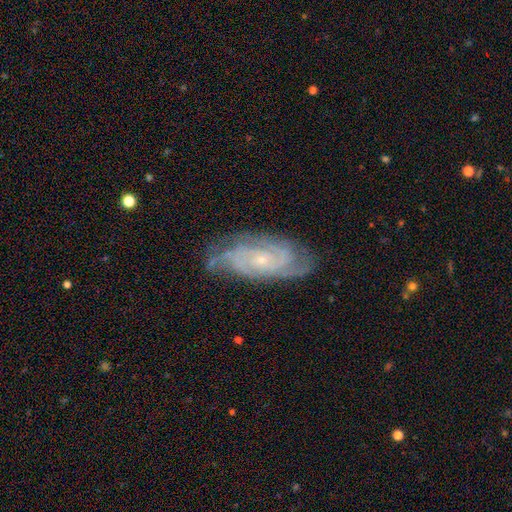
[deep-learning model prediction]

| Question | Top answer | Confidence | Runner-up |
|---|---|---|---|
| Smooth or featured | featured or disk | 84% | smooth (9%) |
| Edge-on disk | no | 93% | yes (7%) |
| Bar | no | 71% | weak (23%) |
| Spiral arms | yes | 97% | no (3%) |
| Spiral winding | tight | 66% | medium (29%) |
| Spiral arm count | can't tell | 25% | 3 (24%) |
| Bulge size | small | 74% | moderate (22%) |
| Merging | none | 77% | minor disturbance (17%) |